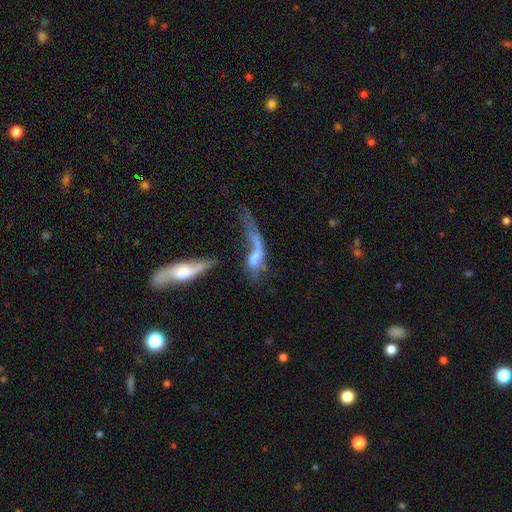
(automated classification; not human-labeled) Smooth or featured? featured or disk (50%)
Edge-on disk? no (77%)
Merging? merger (43%)